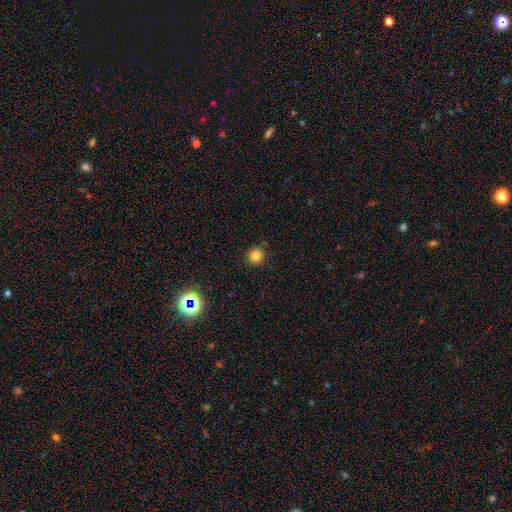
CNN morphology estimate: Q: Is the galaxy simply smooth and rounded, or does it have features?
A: smooth — 81%.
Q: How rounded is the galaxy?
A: round — 92%.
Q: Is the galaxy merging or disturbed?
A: none — 87%.